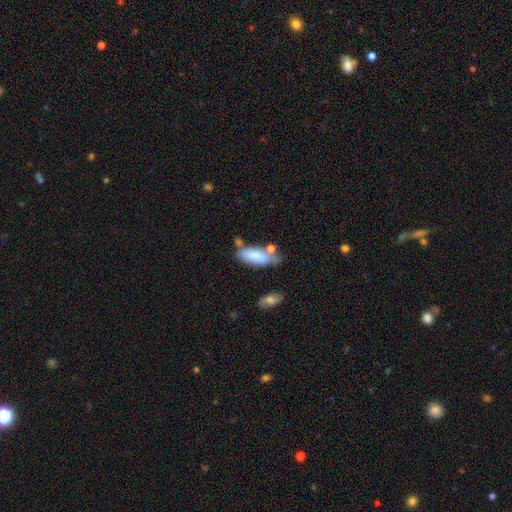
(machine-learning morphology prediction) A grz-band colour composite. It shows a smooth galaxy with no disk features (81%) that is in between round and cigar-shaped (77%). Merging: none (52%).